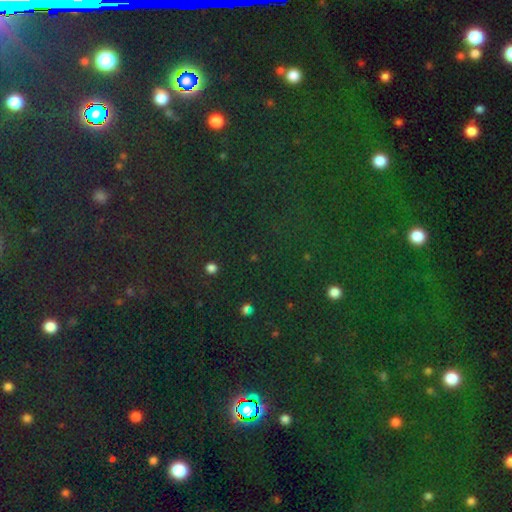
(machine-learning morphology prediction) smooth-or-featured: star or artifact: 77% | smooth: 15% | featured or disk: 8%